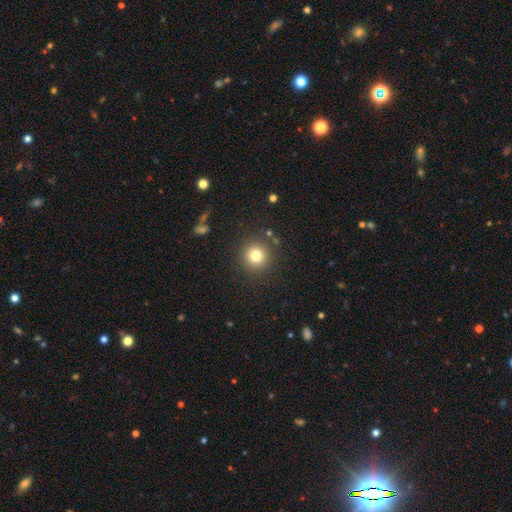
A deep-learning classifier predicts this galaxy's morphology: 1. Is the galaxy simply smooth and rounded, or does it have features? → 79% smooth, 13% star or artifact, 8% featured or disk.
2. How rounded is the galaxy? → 95% round, 4% in between, 1% cigar-shaped.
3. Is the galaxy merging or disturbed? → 88% none, 6% minor disturbance, 3% major disturbance, 2% merger.